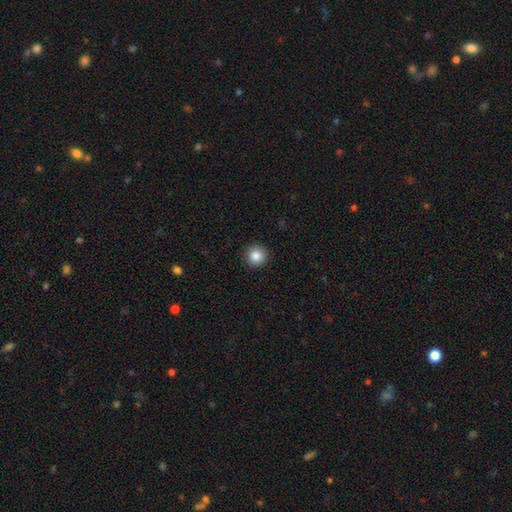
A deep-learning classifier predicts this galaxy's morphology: A smooth galaxy with no disk features (86%) that is round (95%). Merging: none (93%).